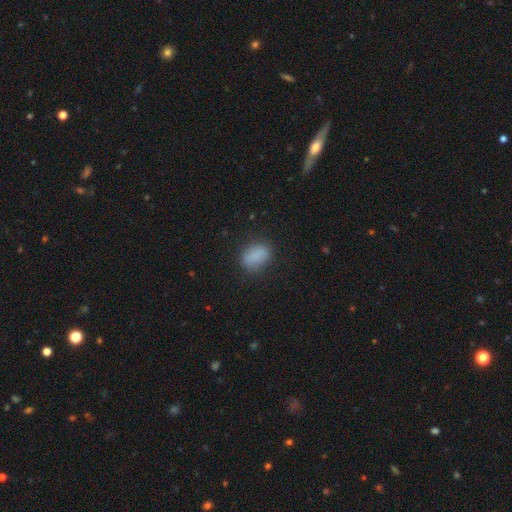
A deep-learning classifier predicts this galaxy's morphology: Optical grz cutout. It shows a smooth galaxy with no disk features (83%) that is in between round and cigar-shaped (81%). Merging: none (79%).